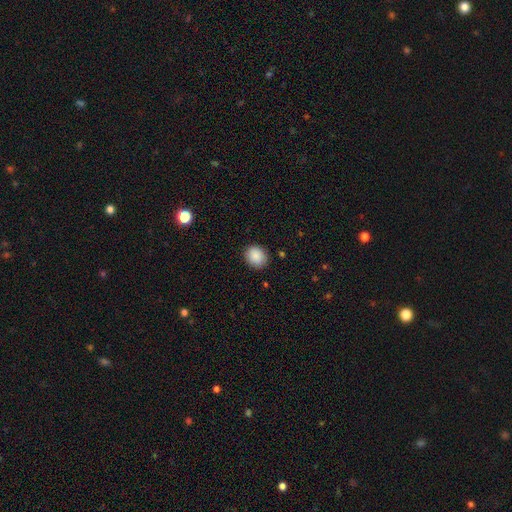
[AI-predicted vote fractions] This is clearly a smooth galaxy (89%). How rounded: likely round (66%). Merging: clearly none (86%).